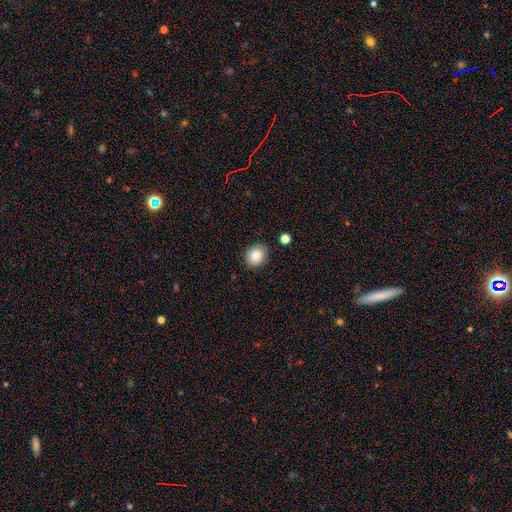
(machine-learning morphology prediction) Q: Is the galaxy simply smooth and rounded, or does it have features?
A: smooth — 85%.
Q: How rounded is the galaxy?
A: round — 63%.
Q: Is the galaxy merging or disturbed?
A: none — 87%.